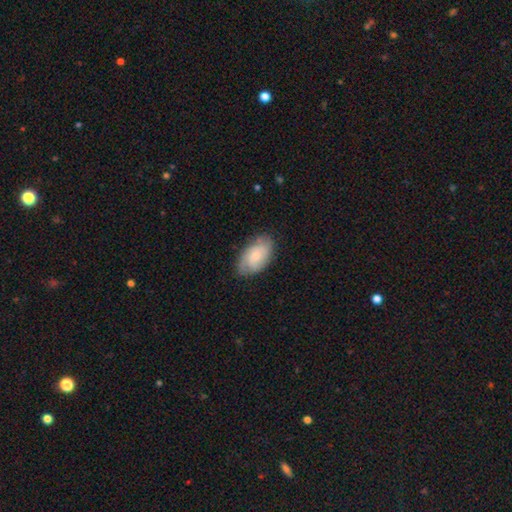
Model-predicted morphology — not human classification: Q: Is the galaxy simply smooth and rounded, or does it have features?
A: smooth — 55%.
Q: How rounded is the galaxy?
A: in between — 93%.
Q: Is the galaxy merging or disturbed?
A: none — 74%.